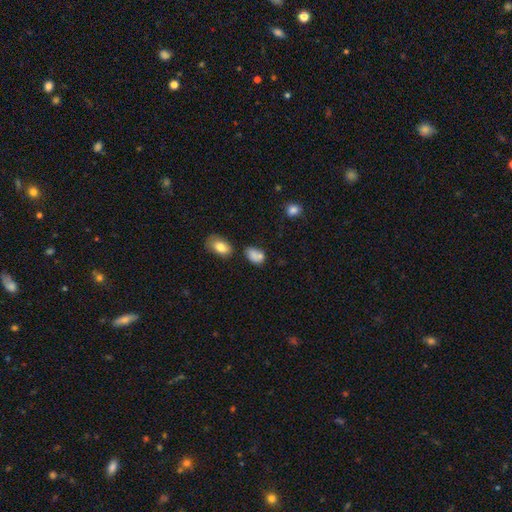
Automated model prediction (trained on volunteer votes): Smooth or featured? Predicted: smooth (p=0.78). How rounded? Predicted: in between (p=0.78). Merging? Predicted: none (p=0.40).